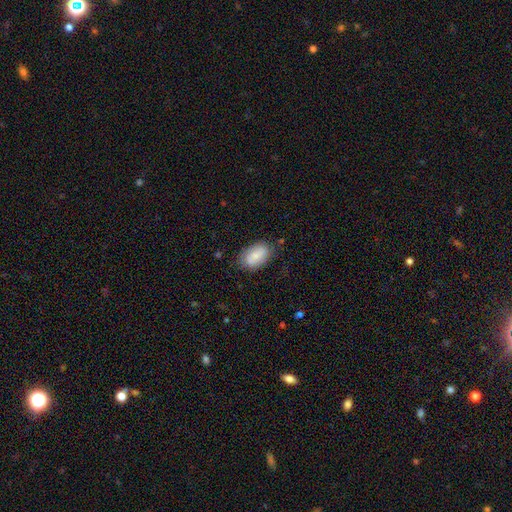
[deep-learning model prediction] smooth-or-featured: smooth: 73% | featured or disk: 20% | star or artifact: 7%
  how-rounded: in between: 92% | round: 6% | cigar-shaped: 2%
  merging: none: 75% | minor disturbance: 19% | major disturbance: 4% | merger: 2%